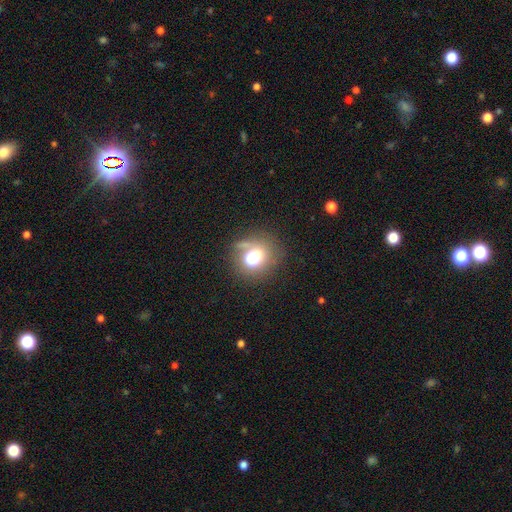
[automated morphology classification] Q: Smooth or featured?
A: smooth (61%); runner-up: featured or disk (20%)
Q: How rounded?
A: round (64%); runner-up: in between (34%)
Q: Merging?
A: none (56%); runner-up: merger (17%)